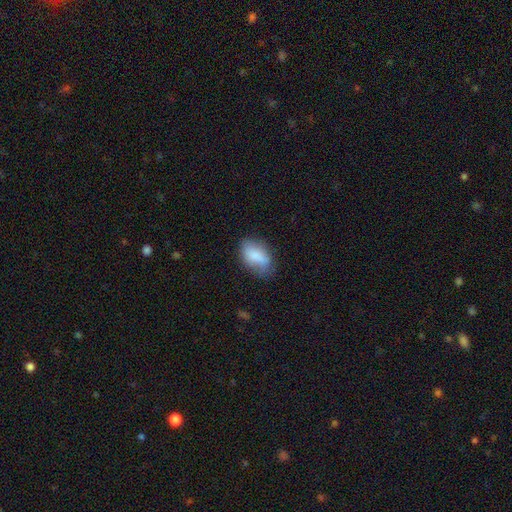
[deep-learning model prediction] smooth_or_featured: smooth (p=0.80) [alt: featured or disk p=0.13]
how_rounded: in between (p=0.89) [alt: round p=0.09]
merging: none (p=0.60) [alt: minor disturbance p=0.29]